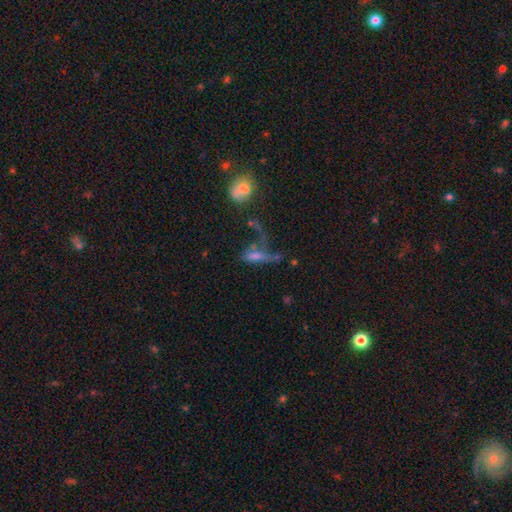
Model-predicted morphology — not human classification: This is marginally a smooth galaxy (44%). Merging: marginally major disturbance (32%).